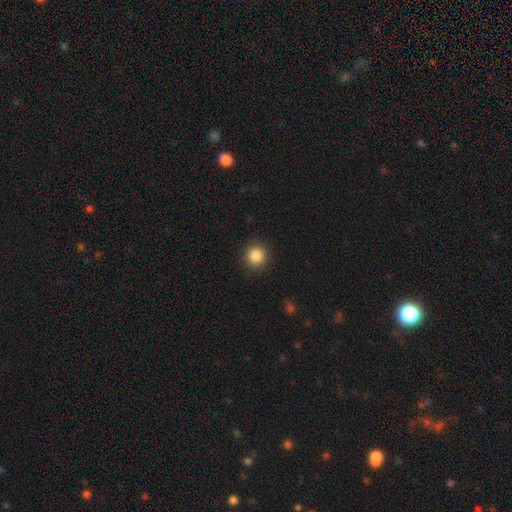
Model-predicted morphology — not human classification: Smooth or featured? smooth (86%)
How rounded? round (94%)
Merging? none (92%)